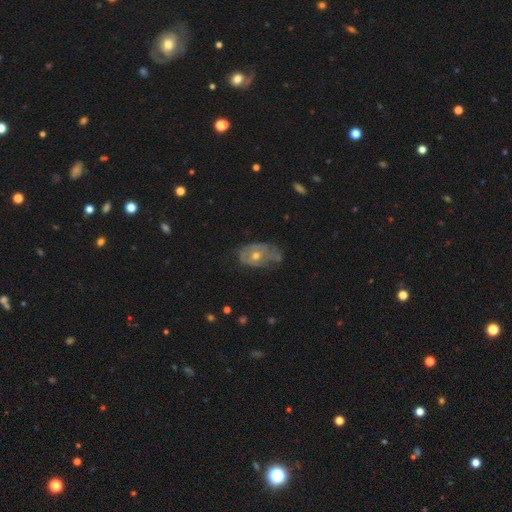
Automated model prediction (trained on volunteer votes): This is possibly a featured or disk galaxy (59%). It is clearly not viewed edge-on (93%). Bar: clearly no (85%). Spiral arm pattern: possibly no (58%). Central bulge: likely moderate (61%). Merging: marginally none (40%).